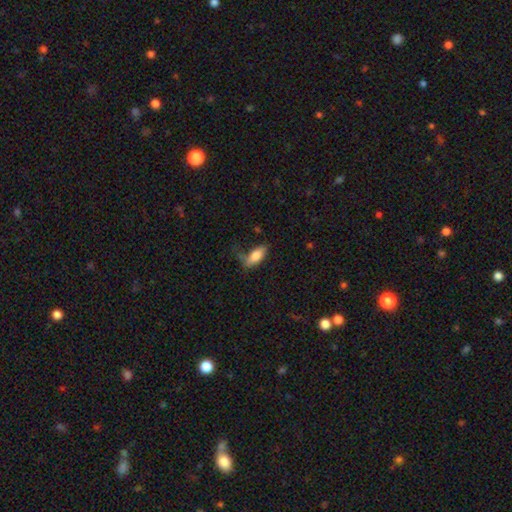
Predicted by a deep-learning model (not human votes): A smooth galaxy with no disk features (80%) that is in between round and cigar-shaped (78%). Merging: none (52%).